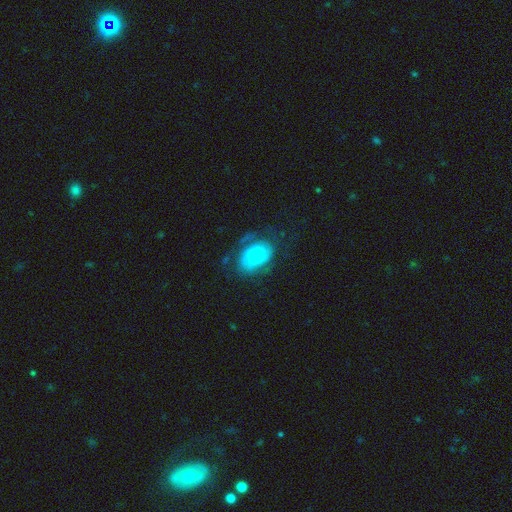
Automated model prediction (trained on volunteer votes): smooth-or-featured: featured or disk: 60% | smooth: 31% | star or artifact: 9%
  disk-edge-on: no: 97% | yes: 3%
    bar: no: 70% | weak: 24% | strong: 5%
    has-spiral-arms: yes: 86% | no: 14%
      spiral-winding: tight: 46% | medium: 36% | loose: 18%
      spiral-arm-count: 2: 47% | can't tell: 29% | 3: 9% | 1: 8% | 4: 4% | more than 4: 3%
    bulge-size: small: 47% | none: 29% | moderate: 14% | large: 7% | dominant: 3%
  merging: none: 51% | major disturbance: 24% | minor disturbance: 23% | merger: 2%